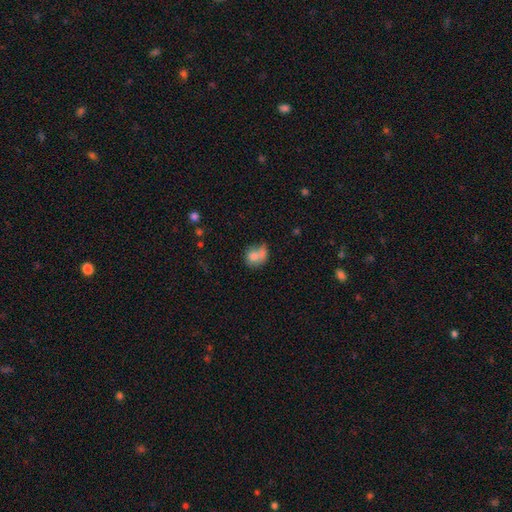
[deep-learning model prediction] Smooth or featured? smooth (74%)
How rounded? round (57%)
Merging? merger (47%)